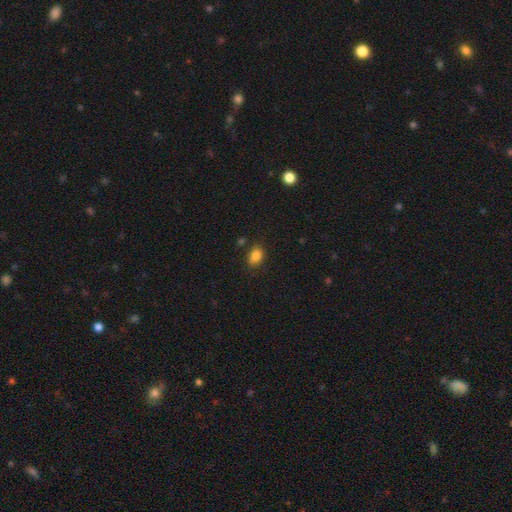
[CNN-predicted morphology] Smooth or featured? smooth (84%)
How rounded? in between (72%)
Merging? none (78%)